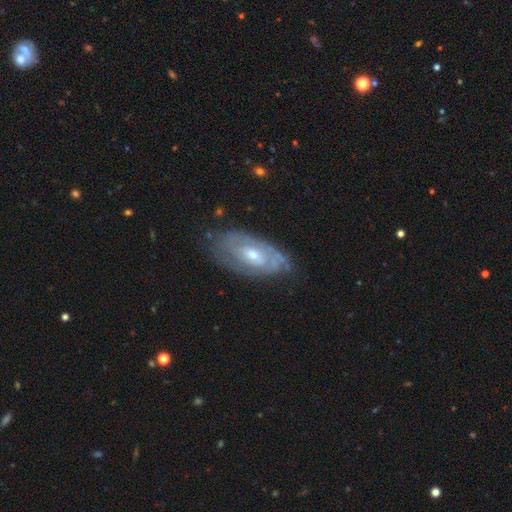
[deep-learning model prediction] Smooth or featured? featured or disk (79%)
Edge-on disk? no (92%)
Bar? no (55%)
Spiral arms? yes (85%)
Spiral winding? tight (67%)
Spiral arm count? can't tell (46%)
Bulge size? moderate (54%)
Merging? none (72%)